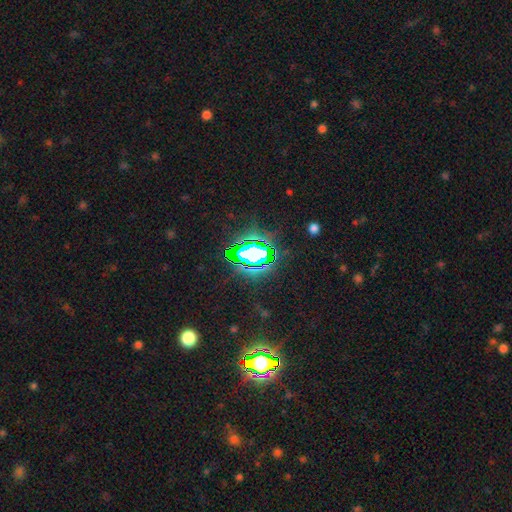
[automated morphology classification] smooth_or_featured: star or artifact (p=0.73) [alt: smooth p=0.14]